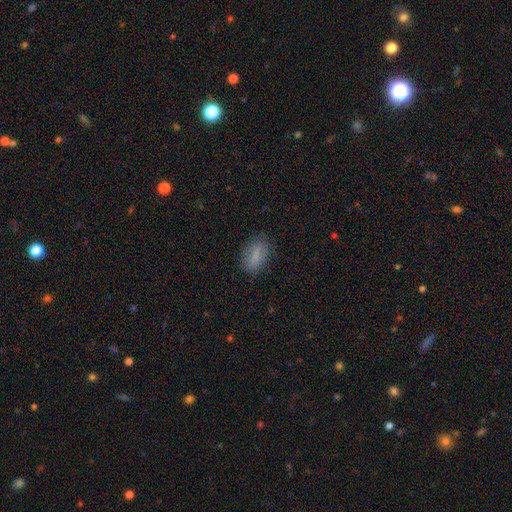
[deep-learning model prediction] smooth_or_featured: smooth (p=0.76) [alt: featured or disk p=0.15]
how_rounded: in between (p=0.85) [alt: round p=0.08]
merging: none (p=0.79) [alt: minor disturbance p=0.15]